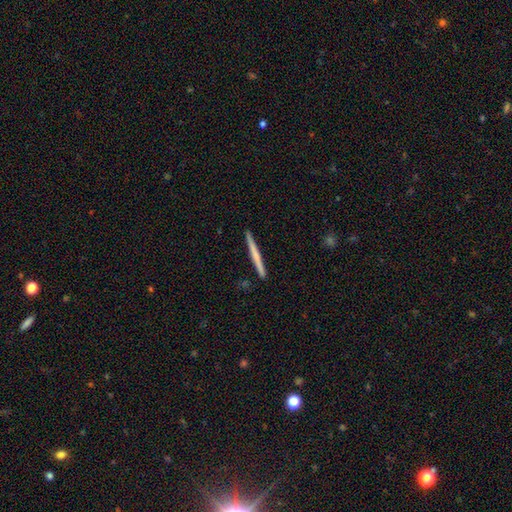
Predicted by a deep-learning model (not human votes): This is possibly a smooth galaxy (53%). How rounded: clearly cigar-shaped (97%). Merging: clearly none (92%).